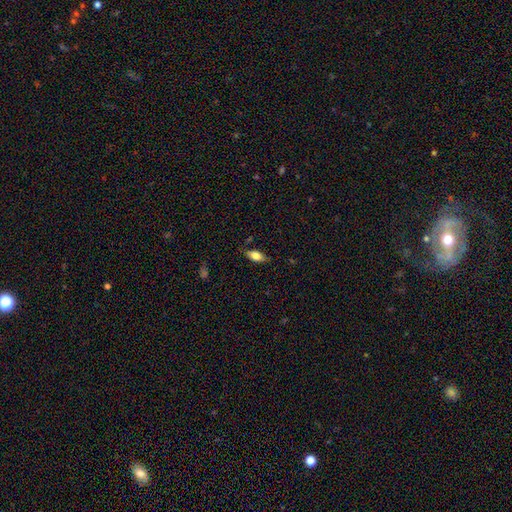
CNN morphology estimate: Smooth or featured? Predicted: smooth (p=0.72). How rounded? Predicted: in between (p=0.83). Merging? Predicted: none (p=0.80).